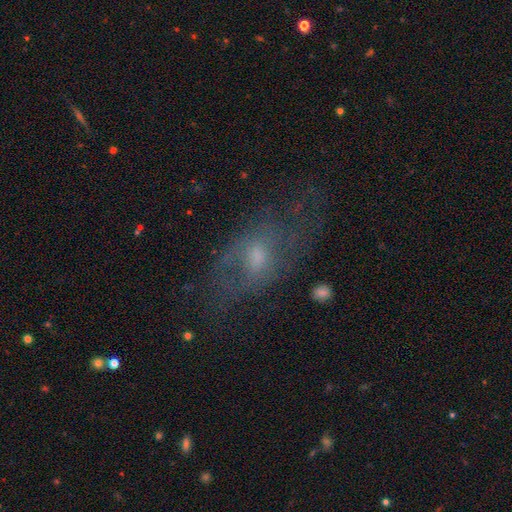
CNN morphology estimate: type=featured or disk (58%); edge-on=no (91%); bar=no (60%); spiral arms=yes (59%); bulge=moderate (48%); merging=none (56%).